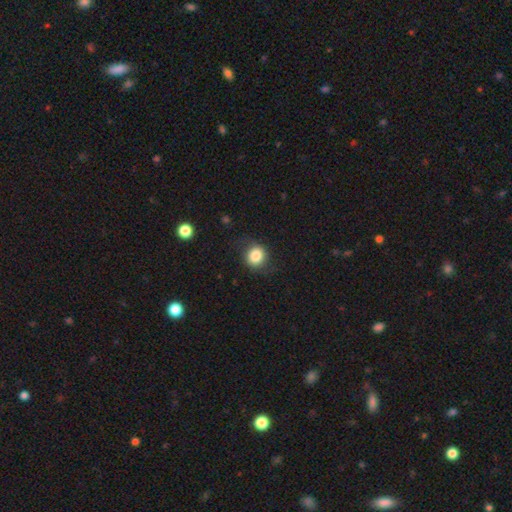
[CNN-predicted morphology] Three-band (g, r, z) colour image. It shows a smooth galaxy with no disk features (82%) that is round (81%). Merging: none (76%).